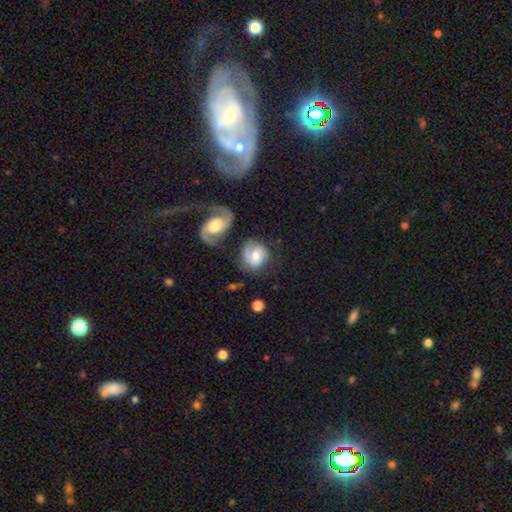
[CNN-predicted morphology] type=featured or disk (54%); edge-on=no (97%); bar=no (62%); spiral arms=yes (89%); bulge=moderate (65%); merging=none (57%).